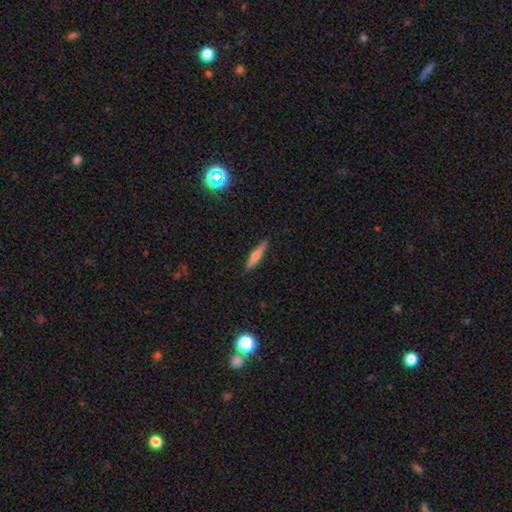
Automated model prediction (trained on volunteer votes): The model was most divided on "smooth or featured": smooth: 54%, featured or disk: 39%, star or artifact: 7%. More confident: merging — none (89%); how rounded — cigar-shaped (88%).